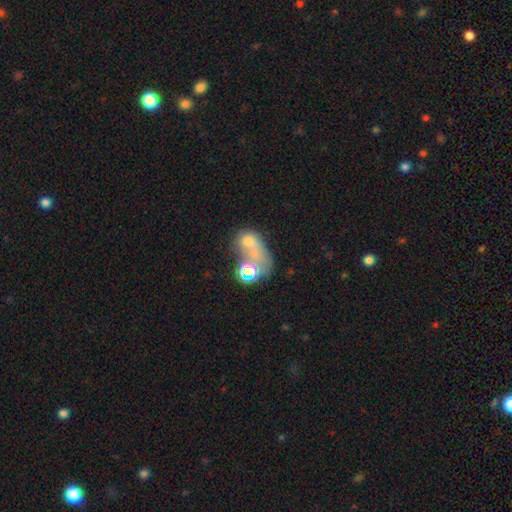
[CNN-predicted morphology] Q: Smooth or featured?
A: smooth (51%); runner-up: featured or disk (27%)
Q: How rounded?
A: in between (64%); runner-up: round (34%)
Q: Merging?
A: merger (46%); runner-up: major disturbance (26%)